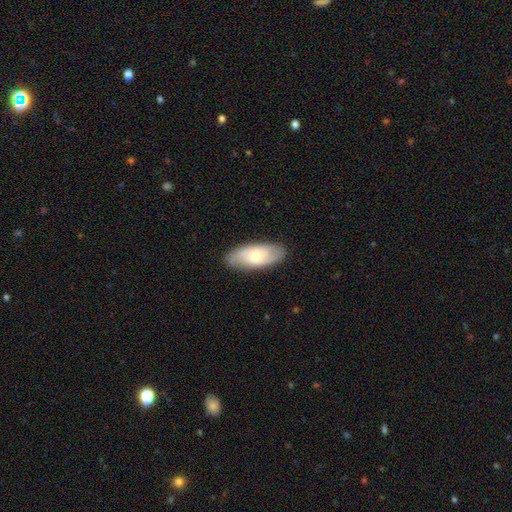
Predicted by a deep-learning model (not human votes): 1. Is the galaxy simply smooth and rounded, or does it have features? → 55% smooth, 39% featured or disk, 6% star or artifact.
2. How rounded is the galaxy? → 84% in between, 13% cigar-shaped, 3% round.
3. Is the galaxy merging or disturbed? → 85% none, 12% minor disturbance, 3% major disturbance, 1% merger.